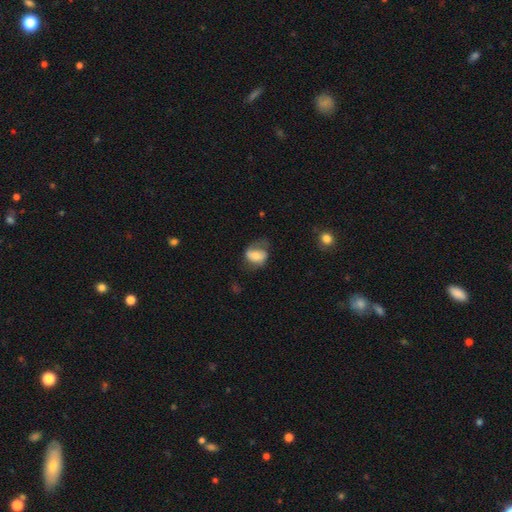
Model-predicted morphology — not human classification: smooth_or_featured: smooth (p=0.54) [alt: featured or disk p=0.39]
how_rounded: in between (p=0.70) [alt: round p=0.29]
merging: none (p=0.47) [alt: minor disturbance p=0.28]